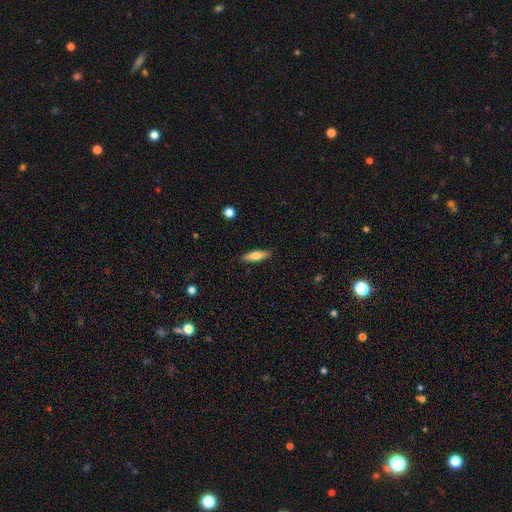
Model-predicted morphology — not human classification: smooth-or-featured: smooth: 67% | featured or disk: 26% | star or artifact: 7%
  how-rounded: cigar-shaped: 50% | in between: 48% | round: 2%
  merging: none: 87% | minor disturbance: 9% | major disturbance: 2% | merger: 1%